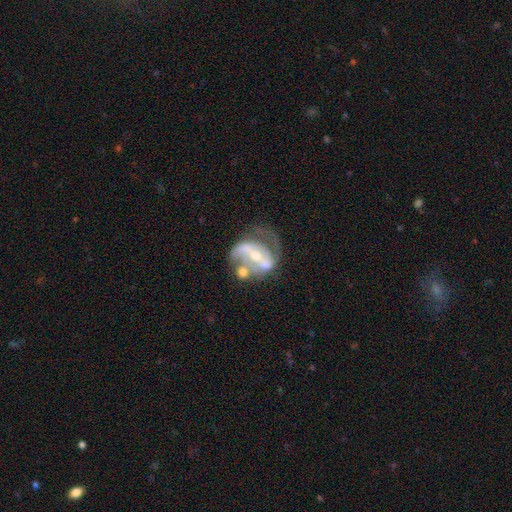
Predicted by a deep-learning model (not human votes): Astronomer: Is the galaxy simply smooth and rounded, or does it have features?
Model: featured or disk — 82%.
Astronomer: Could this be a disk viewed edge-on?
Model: no — 97%.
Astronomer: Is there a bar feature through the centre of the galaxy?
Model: strong — 46% (runner-up: weak, 33%).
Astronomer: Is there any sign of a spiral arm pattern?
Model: yes — 83%.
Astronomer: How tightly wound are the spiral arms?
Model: medium — 44% (runner-up: loose, 39%).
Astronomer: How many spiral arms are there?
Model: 2 — 73%.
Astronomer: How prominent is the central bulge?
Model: small — 50% (runner-up: moderate, 44%).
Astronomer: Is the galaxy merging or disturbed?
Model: none — 33% (runner-up: major disturbance, 25%).